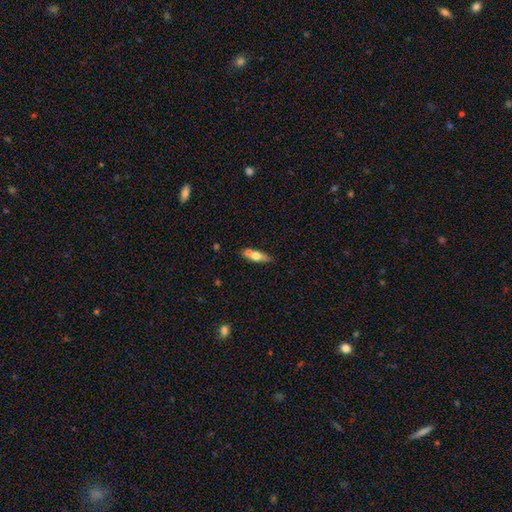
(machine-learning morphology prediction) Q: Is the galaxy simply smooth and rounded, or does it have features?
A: smooth — 61%.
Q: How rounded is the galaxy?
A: in between — 61%.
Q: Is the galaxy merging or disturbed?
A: none — 53%.